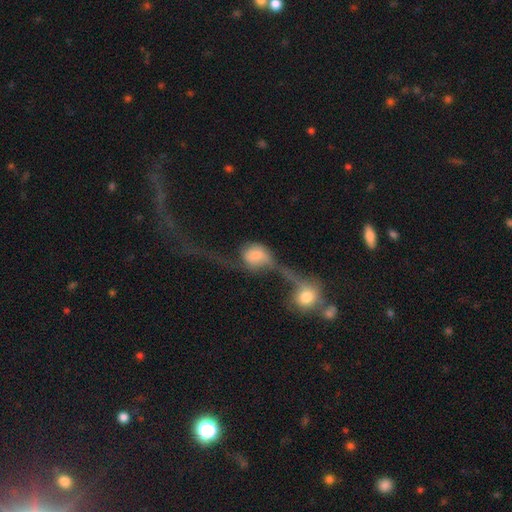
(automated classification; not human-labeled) Q: Smooth or featured?
A: smooth (53%); runner-up: featured or disk (38%)
Q: How rounded?
A: in between (49%); runner-up: round (48%)
Q: Merging?
A: merger (62%); runner-up: major disturbance (21%)